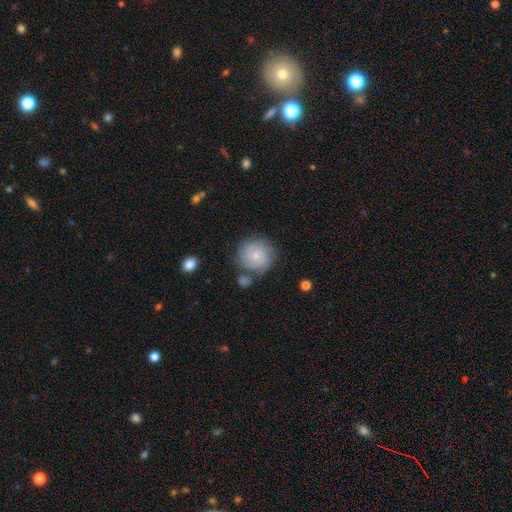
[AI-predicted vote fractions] Smooth or featured? Predicted: featured or disk (p=0.49). Merging? Predicted: none (p=0.70).